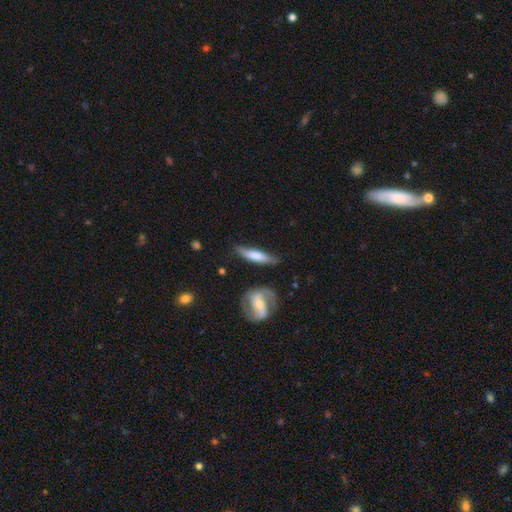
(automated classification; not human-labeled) The model was most divided on "smooth or featured": smooth: 55%, featured or disk: 40%, star or artifact: 5%. More confident: how rounded — cigar-shaped (77%); merging — none (71%).